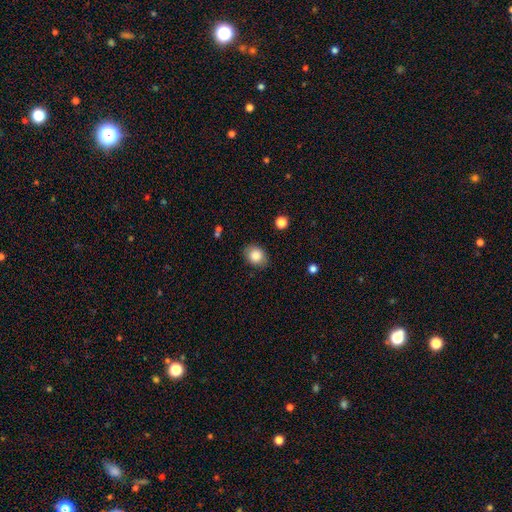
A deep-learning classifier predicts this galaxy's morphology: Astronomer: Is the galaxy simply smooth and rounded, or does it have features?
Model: smooth — 85%.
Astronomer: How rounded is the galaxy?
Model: round — 50% (runner-up: in between, 49%).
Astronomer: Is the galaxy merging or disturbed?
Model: none — 82%.